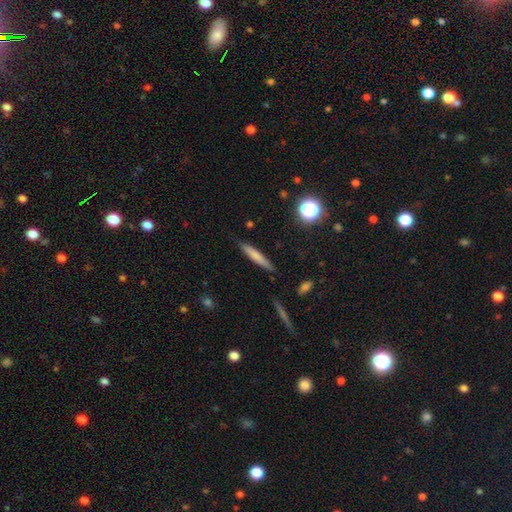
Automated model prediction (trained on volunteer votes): A smooth galaxy with no disk features (70%) that is cigar-shaped (91%).

Vote fractions:
- Smooth or featured? smooth: 70% / featured or disk: 22% / star or artifact: 8%
- How rounded? cigar-shaped: 91% / in between: 7% / round: 2%
- Merging? none: 86% / minor disturbance: 10% / major disturbance: 2% / merger: 2%